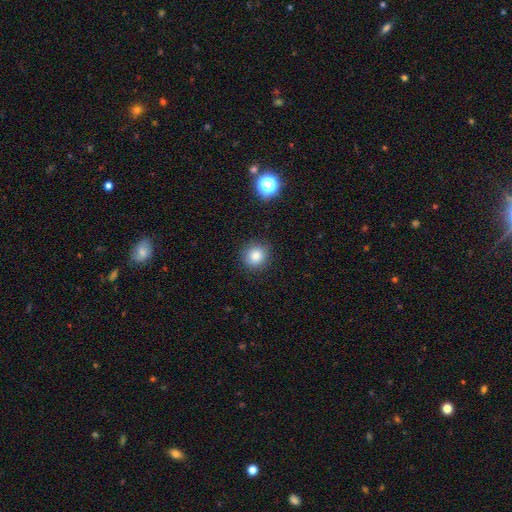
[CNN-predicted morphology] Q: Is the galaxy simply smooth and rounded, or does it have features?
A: smooth — 81%.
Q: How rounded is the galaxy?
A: round — 91%.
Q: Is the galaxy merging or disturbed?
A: none — 89%.